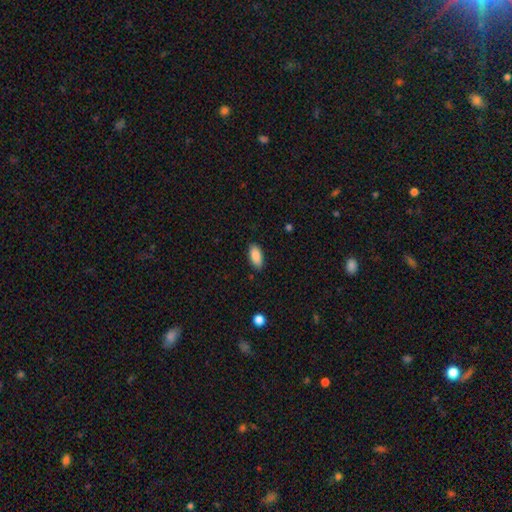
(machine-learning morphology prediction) smooth 89%, star or artifact 7%, featured or disk 4%. Down the decision tree: how rounded — in between (91%); merging — none (87%).